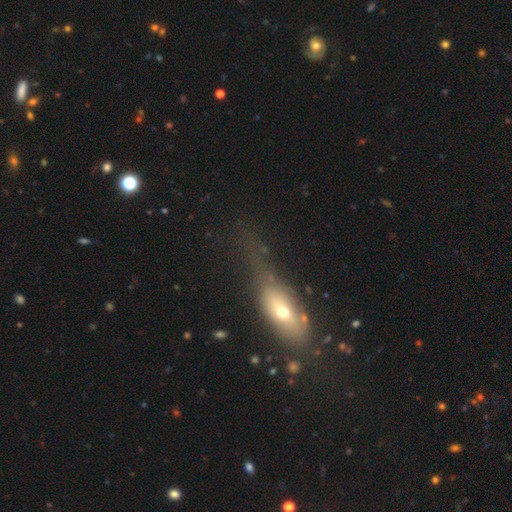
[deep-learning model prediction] Morphology: type=smooth (48%); merging=none (37%).